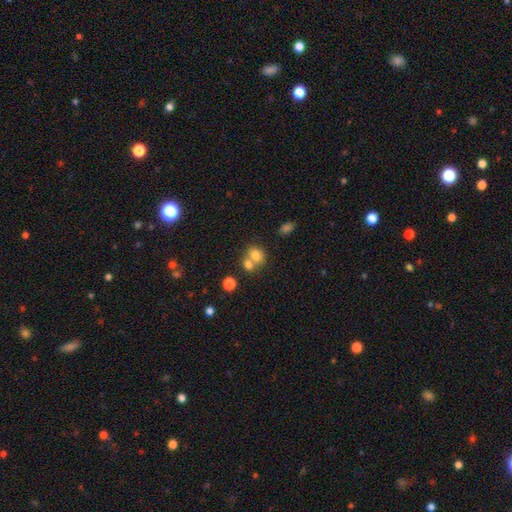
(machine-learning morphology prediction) smooth_or_featured: smooth (p=0.75) [alt: featured or disk p=0.13]
how_rounded: round (p=0.57) [alt: in between p=0.42]
merging: merger (p=0.53) [alt: none p=0.35]